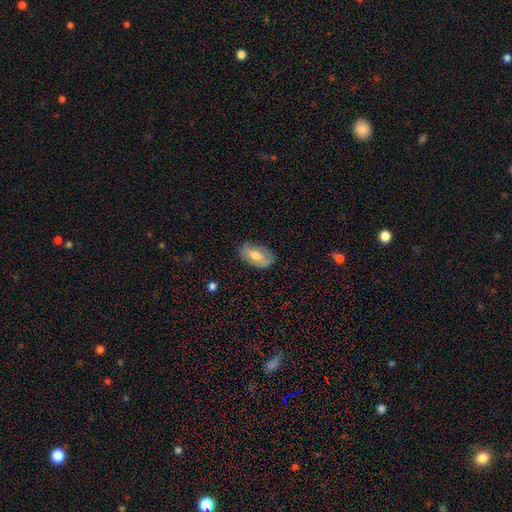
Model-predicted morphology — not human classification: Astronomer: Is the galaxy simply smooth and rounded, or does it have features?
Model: smooth — 52% (runner-up: featured or disk, 40%).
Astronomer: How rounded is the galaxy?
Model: in between — 91%.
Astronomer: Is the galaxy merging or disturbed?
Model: none — 74%.